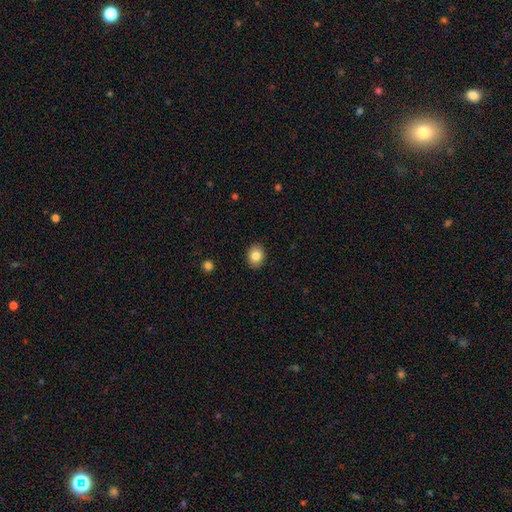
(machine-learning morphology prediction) A smooth galaxy with no disk features (84%) that is round (56%). Merging: none (90%).